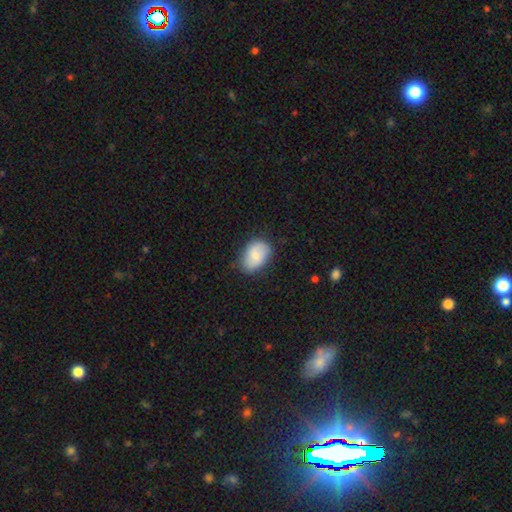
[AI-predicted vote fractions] Overall: smooth (69%). How rounded: in between (82%). Merging: none (74%).